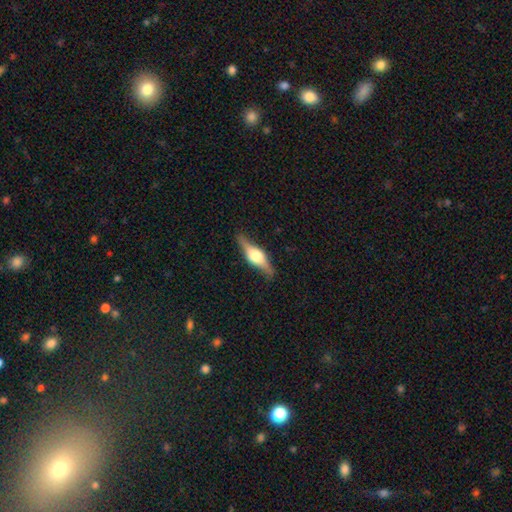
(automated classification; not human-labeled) featured or disk 71%, smooth 23%, star or artifact 6%. Down the decision tree: edge-on disk — yes (95%); edge-on bulge — rounded (91%); merging — none (85%).